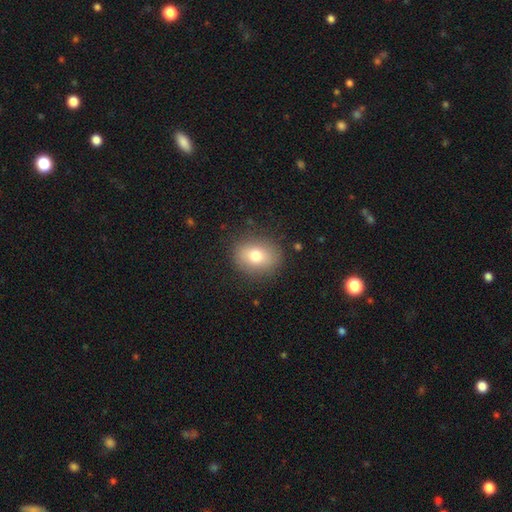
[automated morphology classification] type=smooth (76%); roundness=round (52%); merging=none (86%).